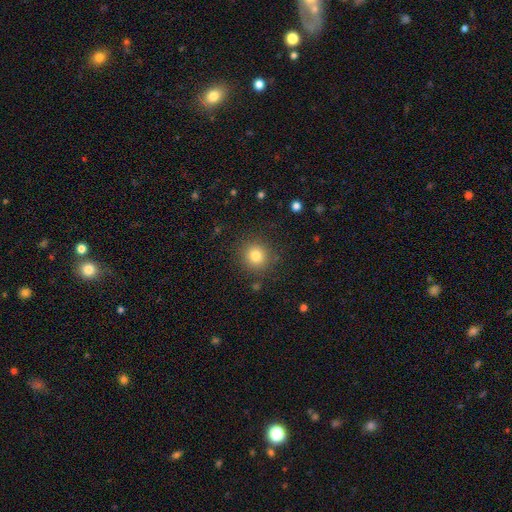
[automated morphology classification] smooth-or-featured: smooth: 80% | star or artifact: 13% | featured or disk: 7%
  how-rounded: round: 92% | in between: 7% | cigar-shaped: 1%
  merging: none: 88% | minor disturbance: 8% | major disturbance: 3% | merger: 2%